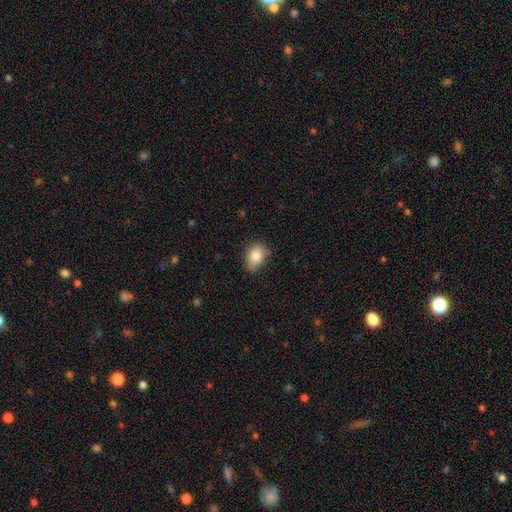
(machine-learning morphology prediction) Smooth or featured?
  - smooth: 84% *
  - star or artifact: 8%
  - featured or disk: 8%
How rounded?
  - in between: 80% *
  - round: 19%
  - cigar-shaped: 1%
Merging?
  - none: 72% *
  - minor disturbance: 22%
  - major disturbance: 4%
  - merger: 1%